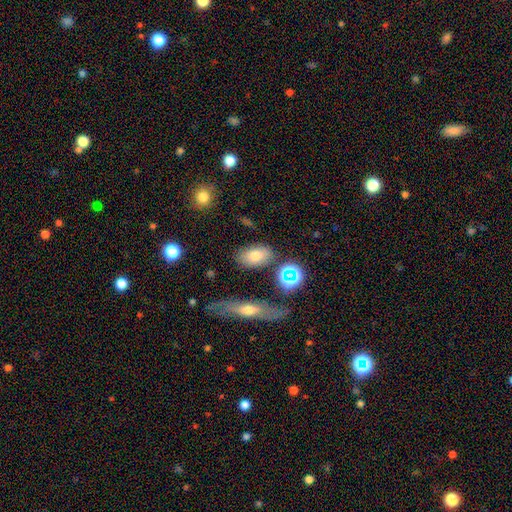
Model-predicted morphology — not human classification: smooth-or-featured: smooth: 71% | featured or disk: 16% | star or artifact: 13%
  how-rounded: in between: 83% | round: 11% | cigar-shaped: 6%
  merging: none: 77% | minor disturbance: 13% | merger: 6% | major disturbance: 4%